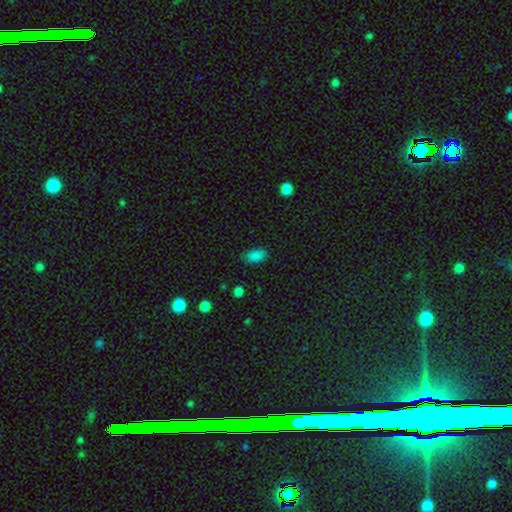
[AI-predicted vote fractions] smooth_or_featured: smooth (p=0.85) [alt: star or artifact p=0.11]
how_rounded: in between (p=0.91) [alt: round p=0.08]
merging: none (p=0.82) [alt: minor disturbance p=0.14]